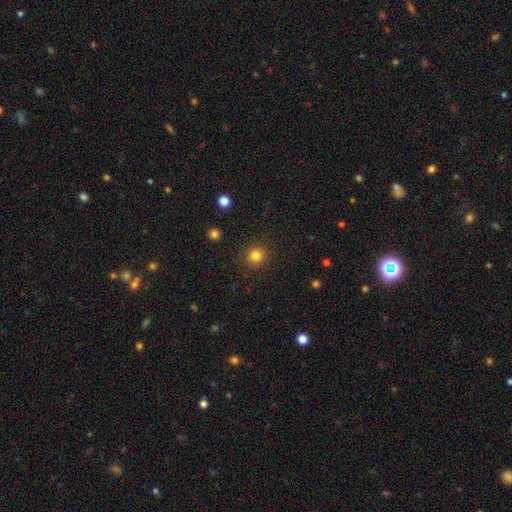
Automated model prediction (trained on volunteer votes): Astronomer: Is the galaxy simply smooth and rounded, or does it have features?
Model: smooth — 83%.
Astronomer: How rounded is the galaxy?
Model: round — 89%.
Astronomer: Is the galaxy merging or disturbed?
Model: none — 90%.